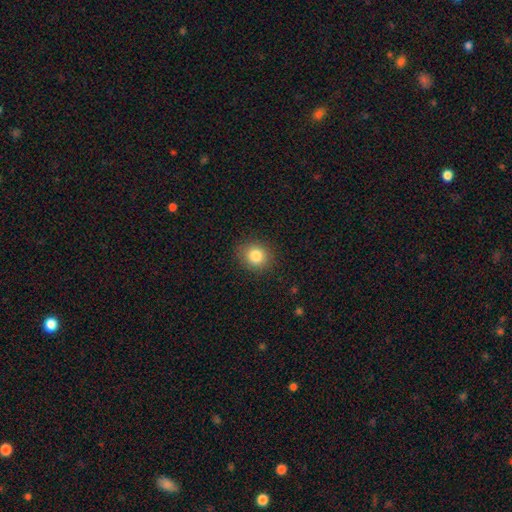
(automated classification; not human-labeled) A smooth galaxy with no disk features (83%) that is round (71%). Merging: none (87%).